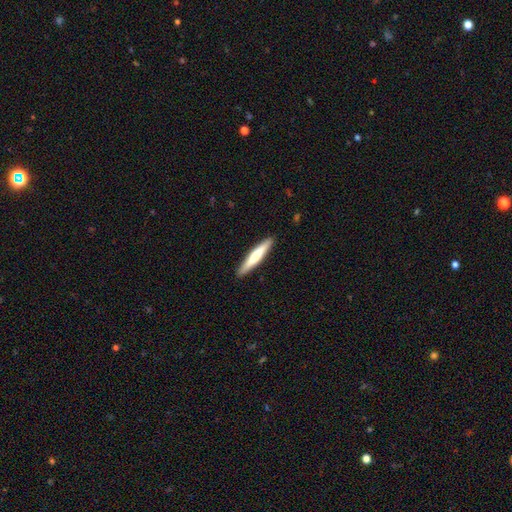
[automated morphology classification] smooth_or_featured: smooth (p=0.63) [alt: featured or disk p=0.33]
how_rounded: cigar-shaped (p=0.92) [alt: in between p=0.06]
merging: none (p=0.91) [alt: minor disturbance p=0.07]